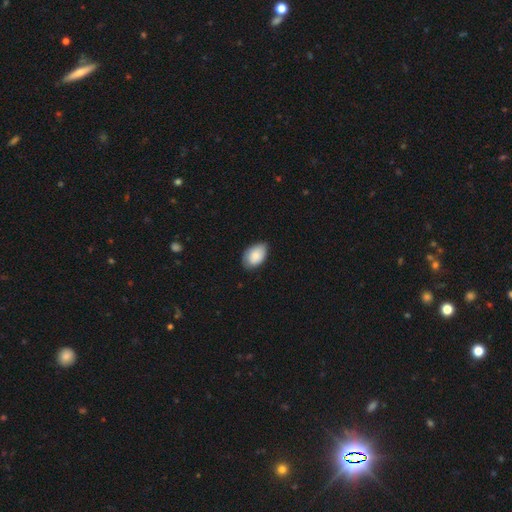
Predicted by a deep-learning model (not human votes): This is clearly a smooth galaxy (83%). How rounded: clearly in between (90%). Merging: likely none (74%).